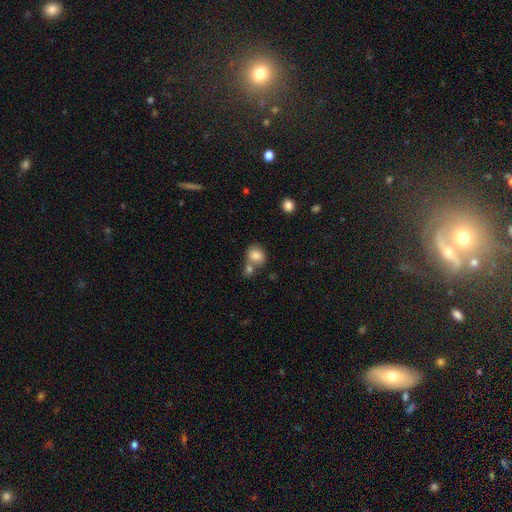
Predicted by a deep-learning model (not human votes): This is clearly a smooth galaxy (83%). How rounded: likely round (66%). Merging: possibly none (51%).